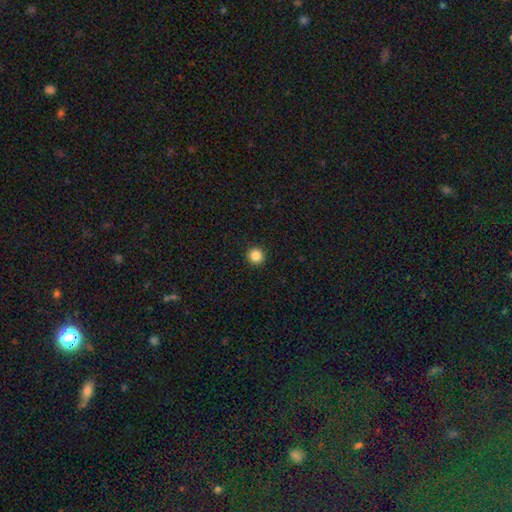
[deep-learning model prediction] Q: Smooth or featured?
A: smooth (86%); runner-up: star or artifact (11%)
Q: How rounded?
A: round (96%); runner-up: in between (3%)
Q: Merging?
A: none (94%); runner-up: minor disturbance (4%)